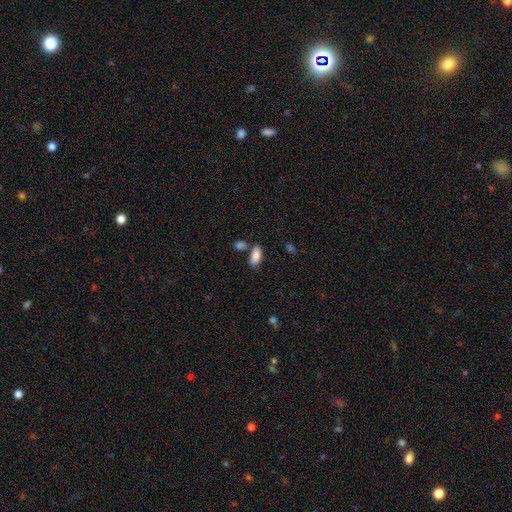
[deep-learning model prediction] This is clearly a smooth galaxy (87%). How rounded: clearly in between (87%). Merging: likely none (65%).